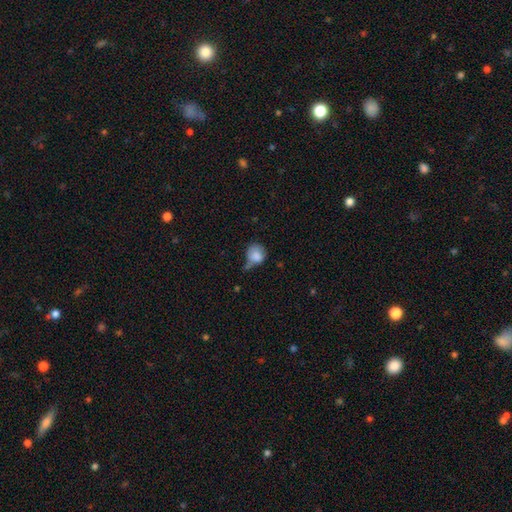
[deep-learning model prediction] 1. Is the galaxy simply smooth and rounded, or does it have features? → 80% smooth, 12% featured or disk, 8% star or artifact.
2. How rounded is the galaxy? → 71% round, 28% in between, 1% cigar-shaped.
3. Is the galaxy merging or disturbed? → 35% minor disturbance, 31% none, 23% major disturbance, 12% merger.